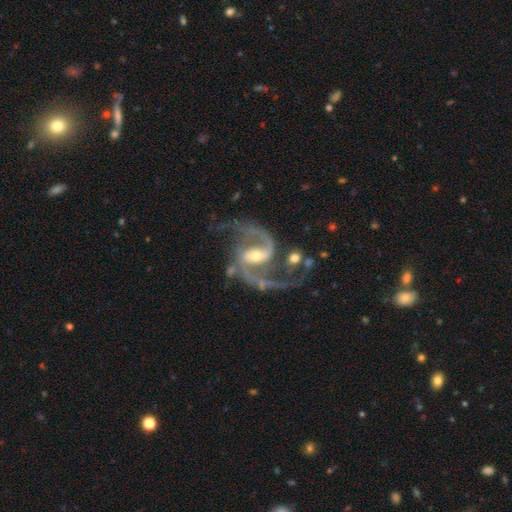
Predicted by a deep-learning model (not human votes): featured or disk 93%, star or artifact 4%, smooth 2%. Down the decision tree: edge-on disk — no (98%); bar — weak (45%); spiral arms — yes (98%); spiral arm count — 2 (92%); spiral winding — medium (58%); bulge size — moderate (53%); merging — none (61%).